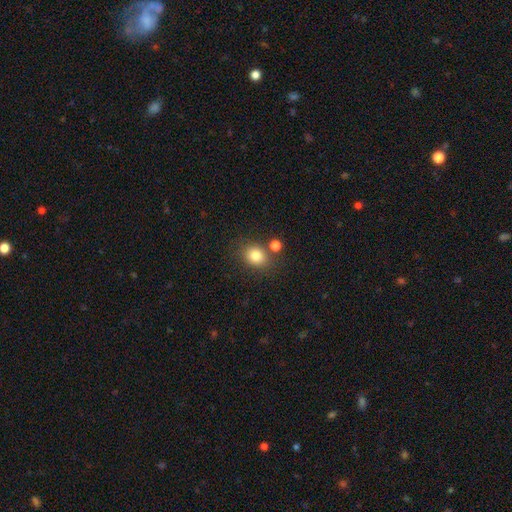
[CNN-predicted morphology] A smooth galaxy with no disk features (81%) that is round (63%). Merging: none (73%).